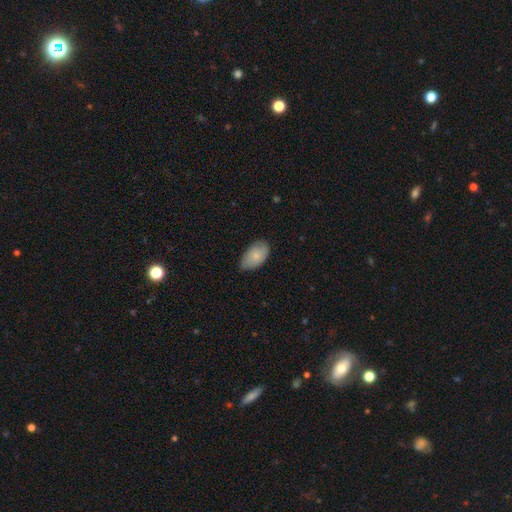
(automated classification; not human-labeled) Morphology: type=smooth (80%); roundness=in between (94%); merging=none (70%).